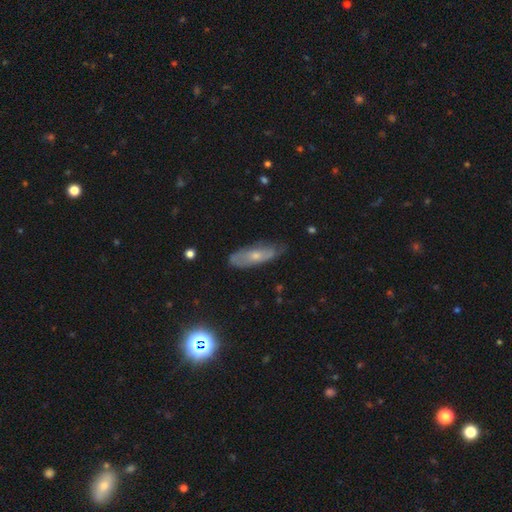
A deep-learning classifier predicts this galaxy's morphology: smooth_or_featured: featured or disk (p=0.46) [alt: smooth p=0.45]
merging: none (p=0.69) [alt: minor disturbance p=0.24]